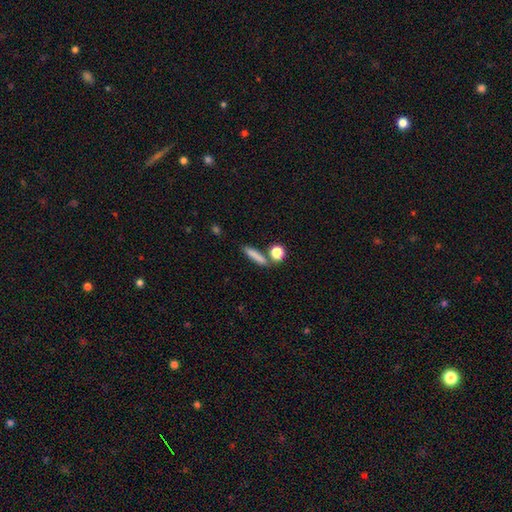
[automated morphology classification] A smooth galaxy with no disk features (81%) that is cigar-shaped (68%).

Vote fractions:
- Smooth or featured? smooth: 81% / featured or disk: 10% / star or artifact: 9%
- How rounded? cigar-shaped: 68% / in between: 19% / round: 13%
- Merging? none: 73% / merger: 12% / minor disturbance: 11% / major disturbance: 4%